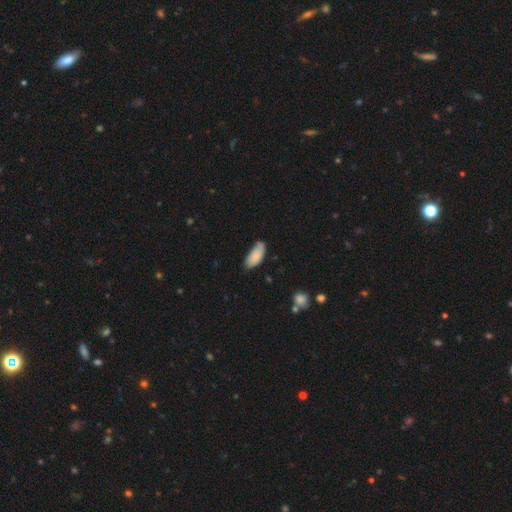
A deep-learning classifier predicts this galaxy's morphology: A smooth galaxy with no disk features (85%) that is in between round and cigar-shaped (86%).

Vote fractions:
- Smooth or featured? smooth: 85% / featured or disk: 8% / star or artifact: 6%
- How rounded? in between: 86% / cigar-shaped: 12% / round: 2%
- Merging? none: 58% / minor disturbance: 33% / major disturbance: 6% / merger: 4%